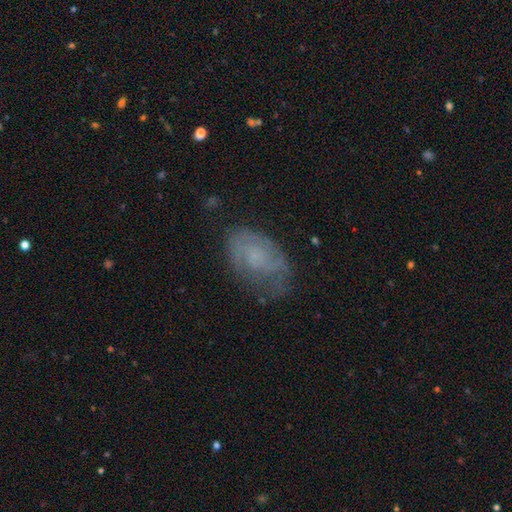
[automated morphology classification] Smooth or featured? Predicted: featured or disk (p=0.45). Merging? Predicted: none (p=0.57).